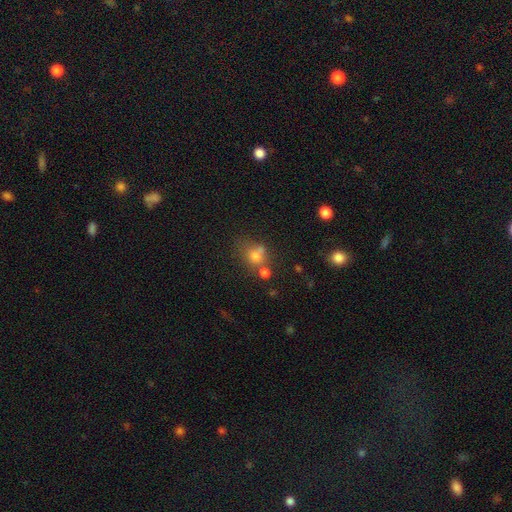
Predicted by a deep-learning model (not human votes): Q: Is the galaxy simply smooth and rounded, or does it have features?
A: smooth — 69%.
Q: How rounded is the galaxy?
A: round — 67%.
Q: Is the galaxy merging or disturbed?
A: none — 42%.